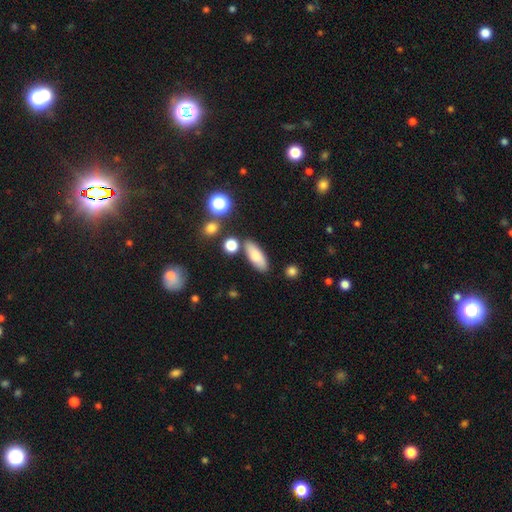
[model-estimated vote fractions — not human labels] smooth-or-featured: smooth: 77% | featured or disk: 14% | star or artifact: 8%
  how-rounded: in between: 70% | cigar-shaped: 27% | round: 4%
  merging: none: 80% | minor disturbance: 11% | merger: 6% | major disturbance: 3%